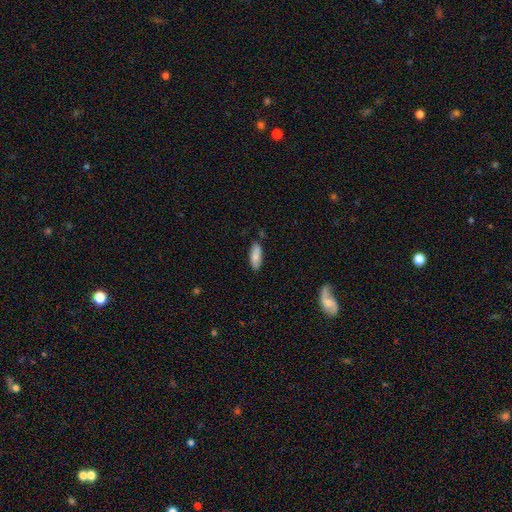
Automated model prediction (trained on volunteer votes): smooth-or-featured: smooth: 81% | featured or disk: 13% | star or artifact: 6%
  how-rounded: in between: 66% | cigar-shaped: 32% | round: 2%
  merging: none: 81% | minor disturbance: 14% | merger: 3% | major disturbance: 2%